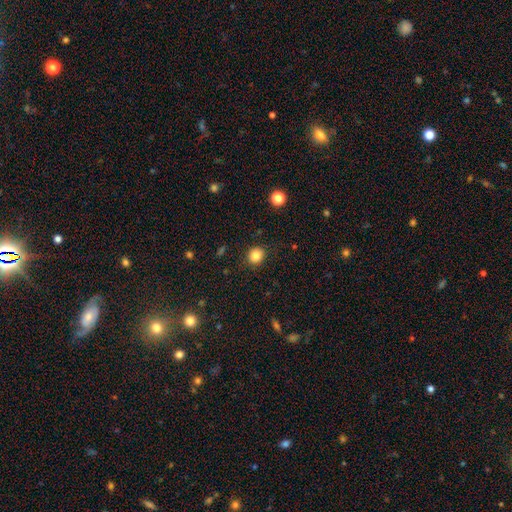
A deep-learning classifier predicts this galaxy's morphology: This is clearly a smooth galaxy (84%). How rounded: likely round (76%). Merging: clearly none (87%).